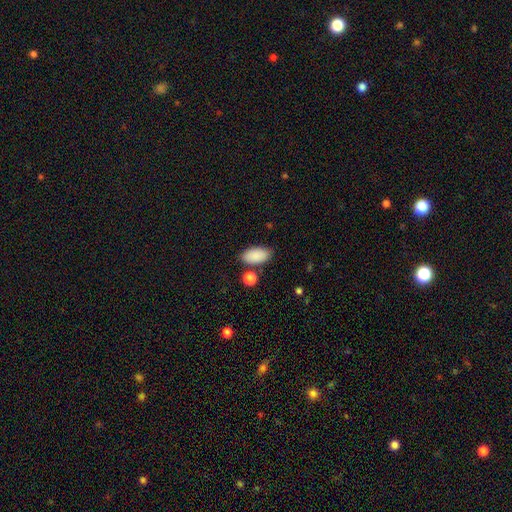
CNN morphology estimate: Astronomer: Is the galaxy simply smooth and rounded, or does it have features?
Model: smooth — 89%.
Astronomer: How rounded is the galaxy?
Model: in between — 93%.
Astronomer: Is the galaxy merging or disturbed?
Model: none — 78%.